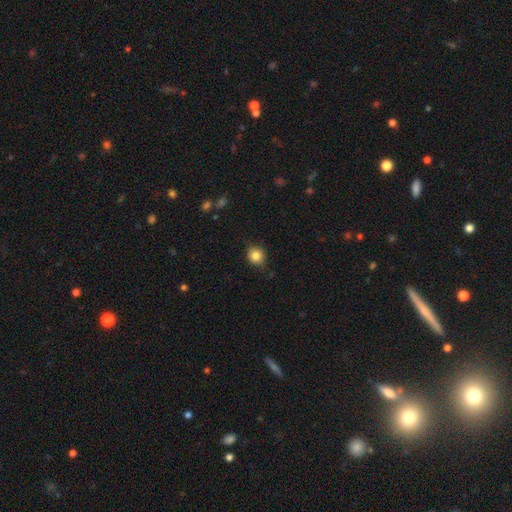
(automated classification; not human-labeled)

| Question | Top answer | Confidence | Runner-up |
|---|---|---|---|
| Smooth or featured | smooth | 83% | star or artifact (10%) |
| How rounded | round | 84% | in between (15%) |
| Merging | none | 80% | minor disturbance (16%) |